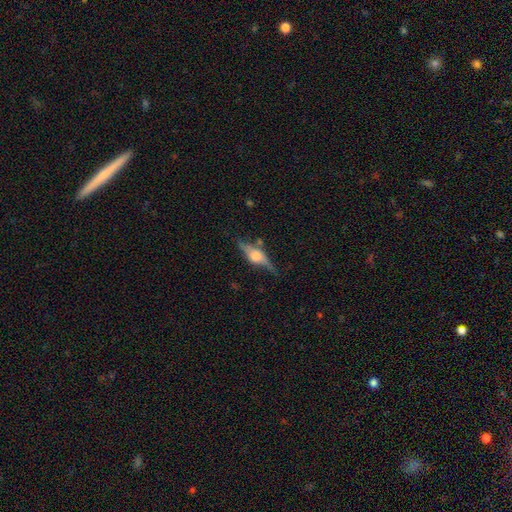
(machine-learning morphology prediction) Smooth or featured? featured or disk (74%)
Edge-on disk? yes (92%)
Edge-on bulge? rounded (90%)
Merging? none (72%)